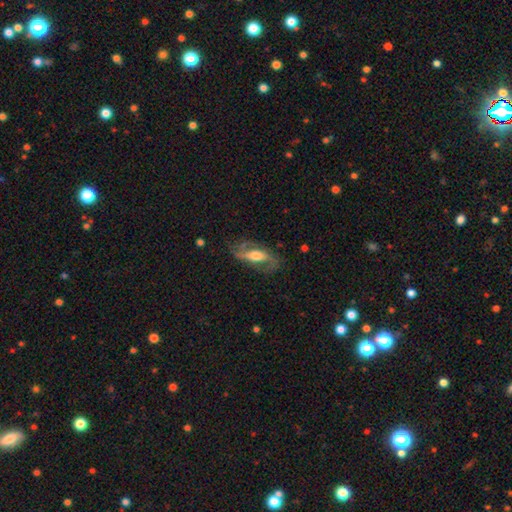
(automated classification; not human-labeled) Smooth or featured? Predicted: featured or disk (p=0.76). Edge-on disk? Predicted: no (p=0.85). Bar? Predicted: strong (p=0.36). Spiral arms? Predicted: yes (p=0.87). Spiral winding? Predicted: loose (p=0.46). Spiral arm count? Predicted: 2 (p=0.86). Bulge size? Predicted: moderate (p=0.63). Merging? Predicted: none (p=0.67).